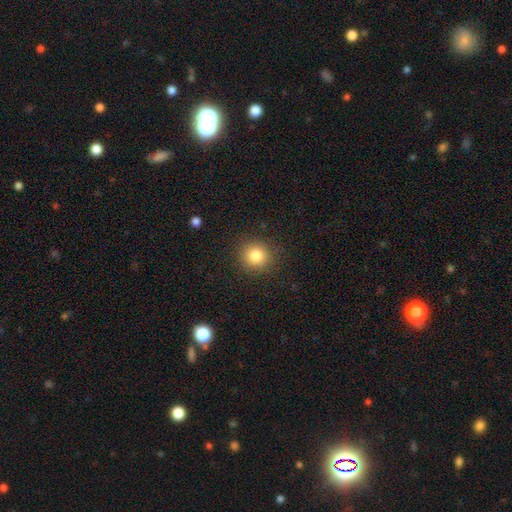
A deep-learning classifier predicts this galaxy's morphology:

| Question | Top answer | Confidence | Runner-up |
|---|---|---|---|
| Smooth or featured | smooth | 83% | star or artifact (11%) |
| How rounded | round | 90% | in between (9%) |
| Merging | none | 89% | minor disturbance (7%) |